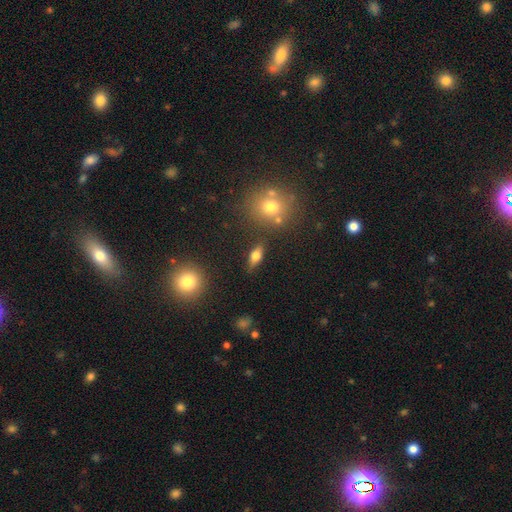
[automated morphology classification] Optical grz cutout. It shows a smooth galaxy with no disk features (59%) that is in between round and cigar-shaped (69%). Merging: none (81%).